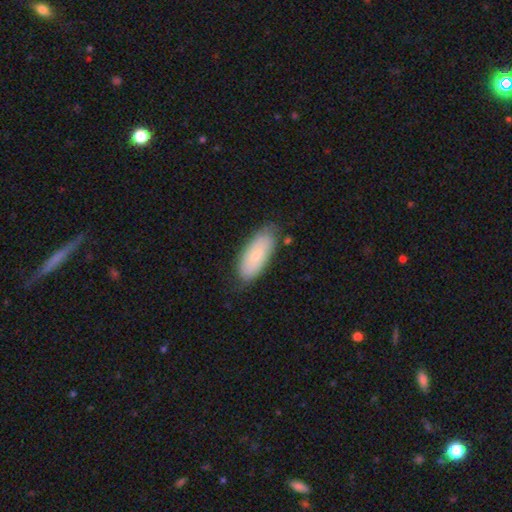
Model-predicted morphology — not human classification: Smooth or featured: smooth — 69% (featured or disk — 25%)
How rounded: in between — 83% (cigar-shaped — 15%)
Merging: none — 76% (minor disturbance — 19%)